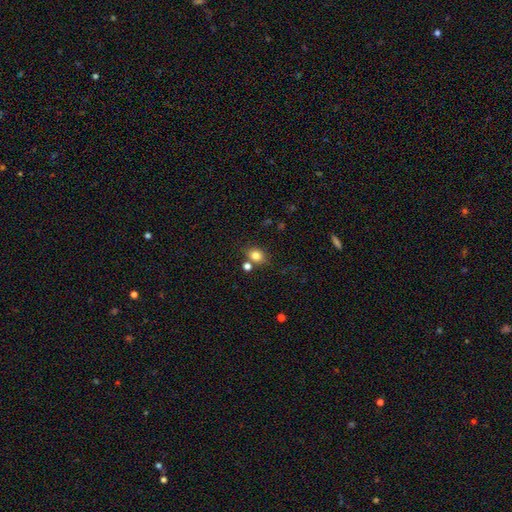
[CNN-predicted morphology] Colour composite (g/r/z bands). It shows a smooth galaxy with no disk features (82%) that is in between round and cigar-shaped (51%). Merging: none (69%).